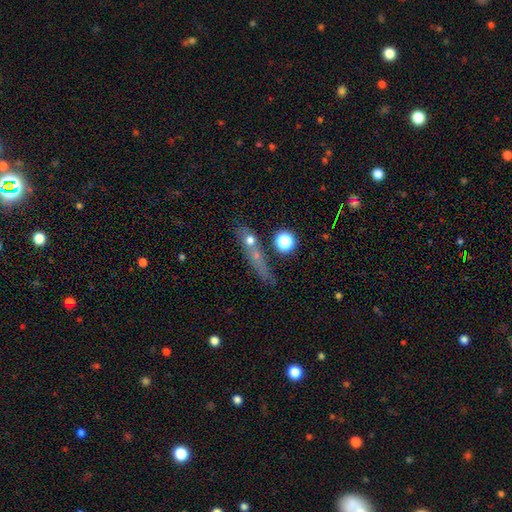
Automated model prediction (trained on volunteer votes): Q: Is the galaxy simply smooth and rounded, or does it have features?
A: smooth — 46%.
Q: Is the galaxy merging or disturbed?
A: none — 67%.